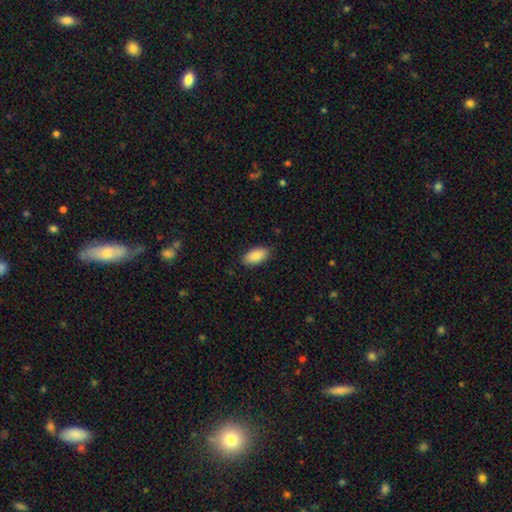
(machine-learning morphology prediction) smooth_or_featured: smooth (p=0.88) [alt: star or artifact p=0.06]
how_rounded: in between (p=0.93) [alt: cigar-shaped p=0.05]
merging: none (p=0.87) [alt: minor disturbance p=0.10]